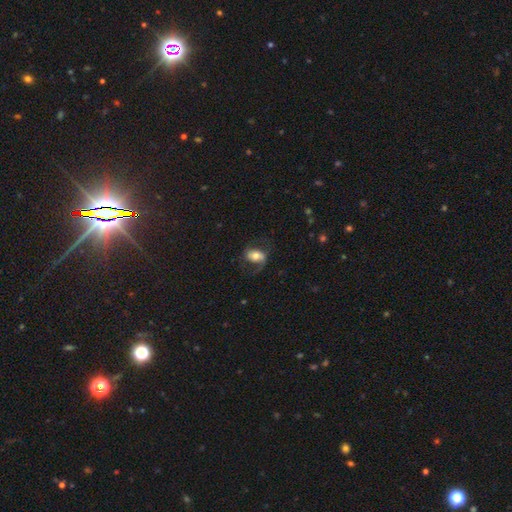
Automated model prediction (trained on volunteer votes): smooth 46% (tied), featured or disk 46% (tied), star or artifact 8%. Down the decision tree: merging — none (62%).